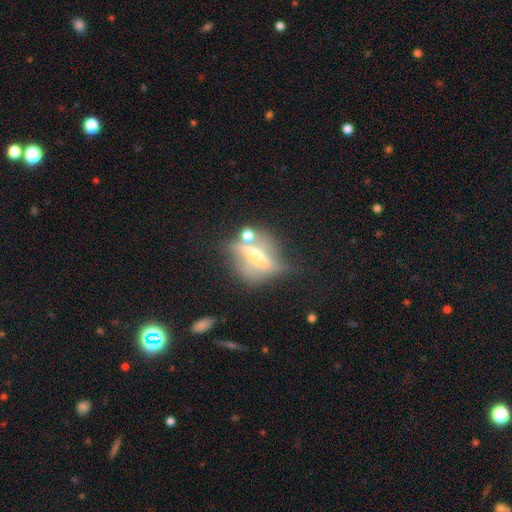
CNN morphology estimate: Q: Smooth or featured?
A: featured or disk (67%); runner-up: smooth (22%)
Q: Edge-on disk?
A: yes (64%); runner-up: no (36%)
Q: Merging?
A: none (53%); runner-up: minor disturbance (18%)